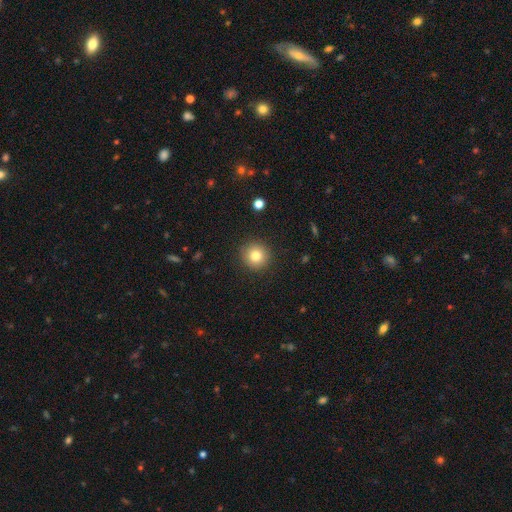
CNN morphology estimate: Overall: smooth (82%). How rounded: round (94%). Merging: none (91%).